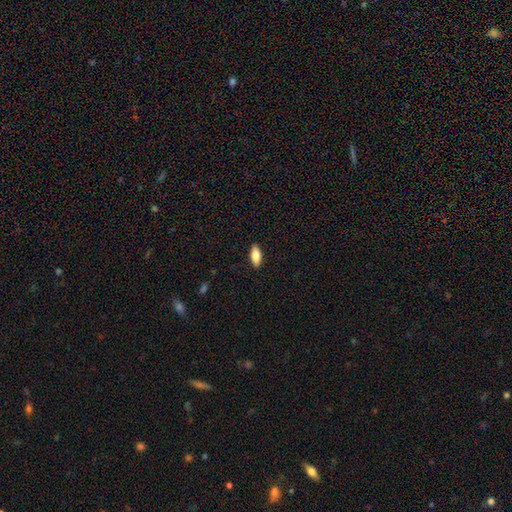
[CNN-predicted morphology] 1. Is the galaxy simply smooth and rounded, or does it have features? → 79% smooth, 15% featured or disk, 6% star or artifact.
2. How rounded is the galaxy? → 81% in between, 17% cigar-shaped, 2% round.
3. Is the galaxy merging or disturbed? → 90% none, 8% minor disturbance, 2% major disturbance, 1% merger.